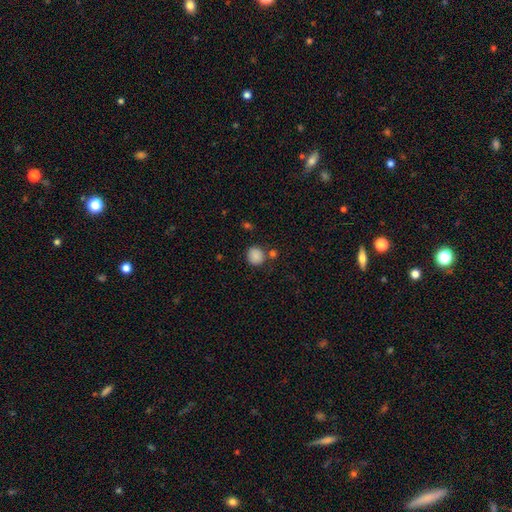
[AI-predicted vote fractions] Smooth or featured: smooth — 86% (star or artifact — 9%)
How rounded: round — 84% (in between — 15%)
Merging: none — 74% (minor disturbance — 12%)